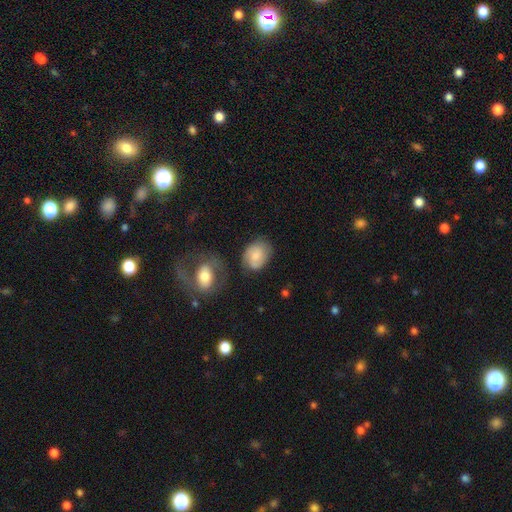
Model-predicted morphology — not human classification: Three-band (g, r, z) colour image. It shows a smooth galaxy with no disk features (67%) that is in between round and cigar-shaped (62%). Merging: none (65%).